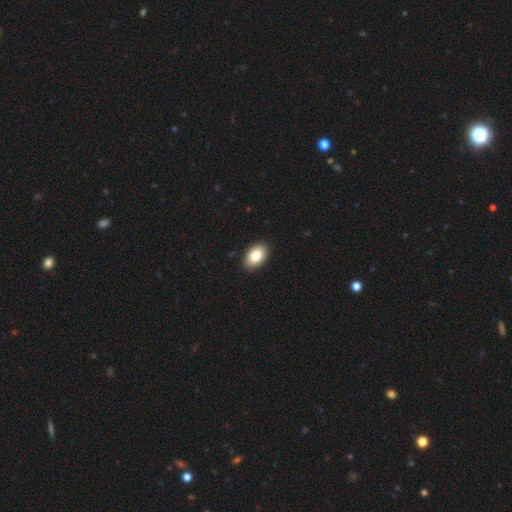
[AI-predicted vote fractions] Smooth or featured?
  - smooth: 84% *
  - featured or disk: 9%
  - star or artifact: 7%
How rounded?
  - in between: 90% *
  - round: 9%
  - cigar-shaped: 1%
Merging?
  - none: 91% *
  - minor disturbance: 6%
  - major disturbance: 2%
  - merger: 1%